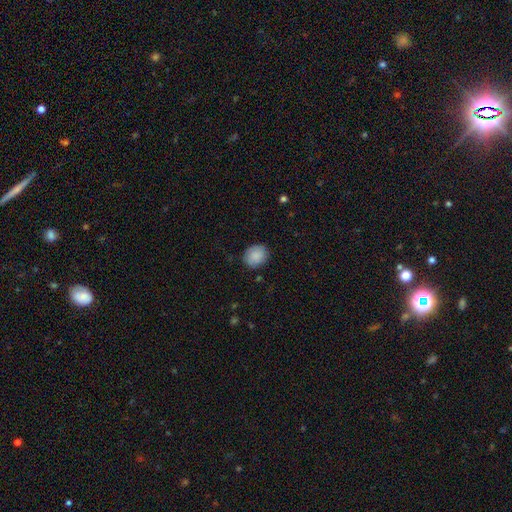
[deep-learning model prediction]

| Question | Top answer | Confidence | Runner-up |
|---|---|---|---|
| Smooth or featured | smooth | 88% | star or artifact (7%) |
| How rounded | round | 66% | in between (33%) |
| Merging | none | 83% | minor disturbance (13%) |